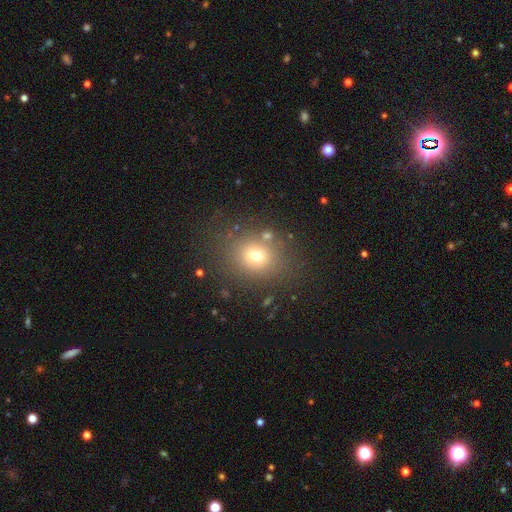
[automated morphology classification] Smooth or featured? smooth (68%)
How rounded? round (68%)
Merging? none (77%)